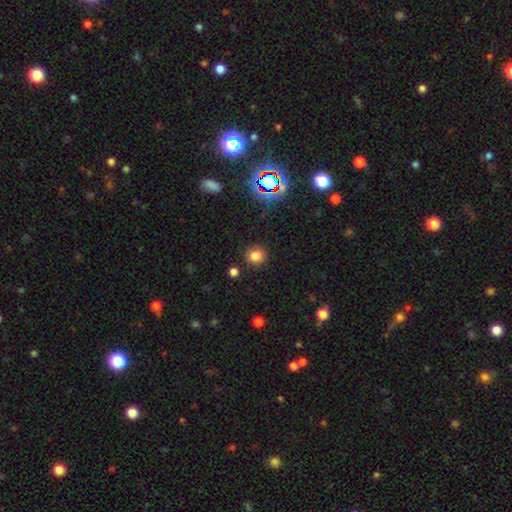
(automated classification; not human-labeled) Smooth or featured?
  - smooth: 78% *
  - star or artifact: 16%
  - featured or disk: 5%
How rounded?
  - round: 83% *
  - in between: 15%
  - cigar-shaped: 1%
Merging?
  - none: 87% *
  - minor disturbance: 8%
  - merger: 3%
  - major disturbance: 3%